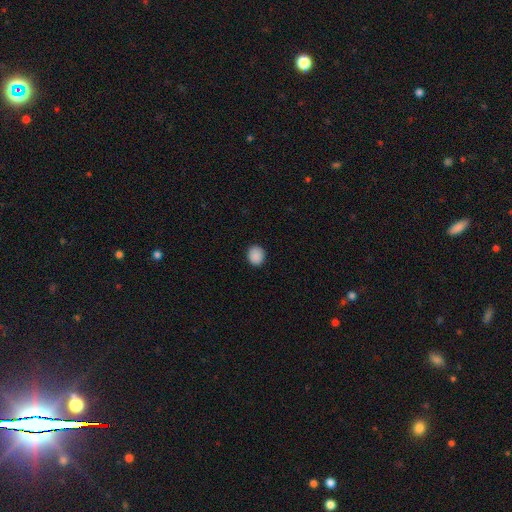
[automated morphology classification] Q: Smooth or featured?
A: smooth (89%); runner-up: star or artifact (9%)
Q: How rounded?
A: round (75%); runner-up: in between (24%)
Q: Merging?
A: none (90%); runner-up: minor disturbance (7%)